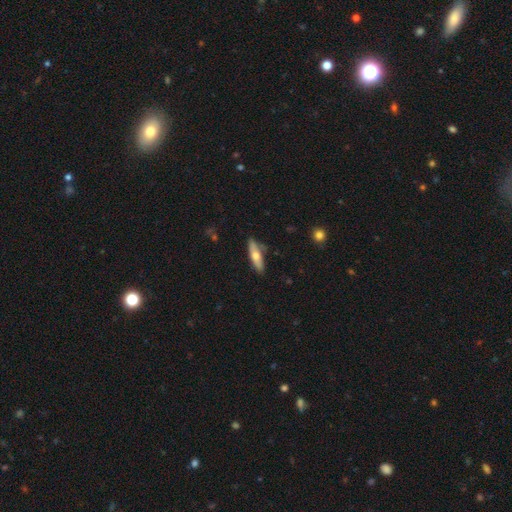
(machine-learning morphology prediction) Smooth or featured: smooth — 56% (featured or disk — 38%)
How rounded: cigar-shaped — 62% (in between — 36%)
Merging: none — 77% (minor disturbance — 17%)